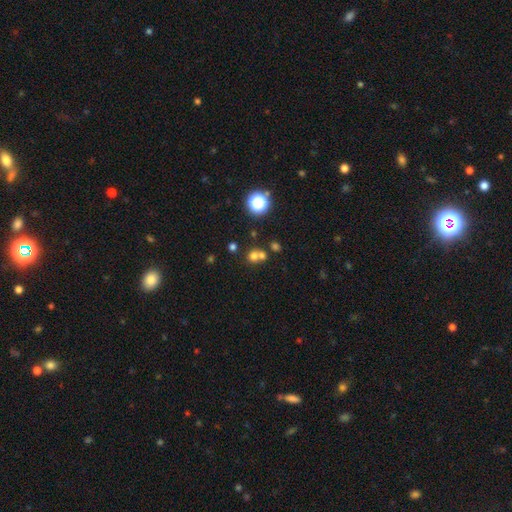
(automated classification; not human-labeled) smooth-or-featured: smooth: 65% | star or artifact: 22% | featured or disk: 13%
  how-rounded: round: 83% | in between: 16% | cigar-shaped: 1%
  merging: merger: 47% | none: 44% | minor disturbance: 6% | major disturbance: 3%